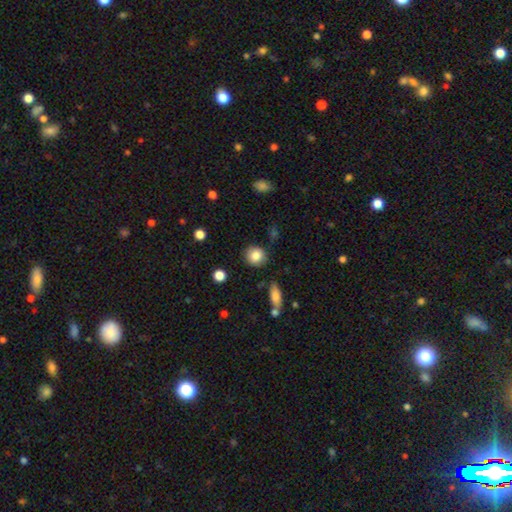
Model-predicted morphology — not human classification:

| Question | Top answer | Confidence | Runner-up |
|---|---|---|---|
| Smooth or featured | smooth | 84% | star or artifact (9%) |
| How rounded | round | 86% | in between (13%) |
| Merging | none | 85% | minor disturbance (10%) |